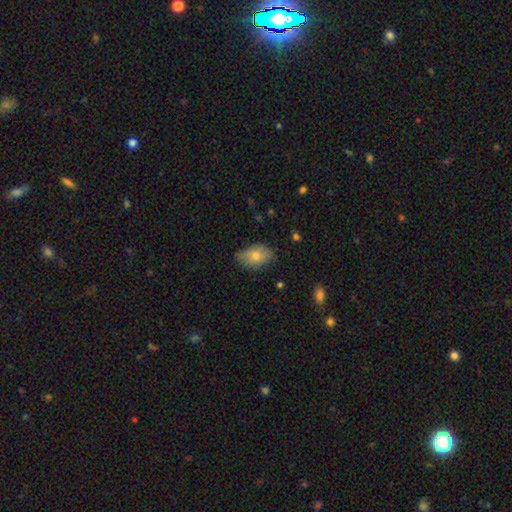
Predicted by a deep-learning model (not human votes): This appears to be a smooth galaxy with no disk features (74%) that is in between round and cigar-shaped (89%). Merging: none (72%).